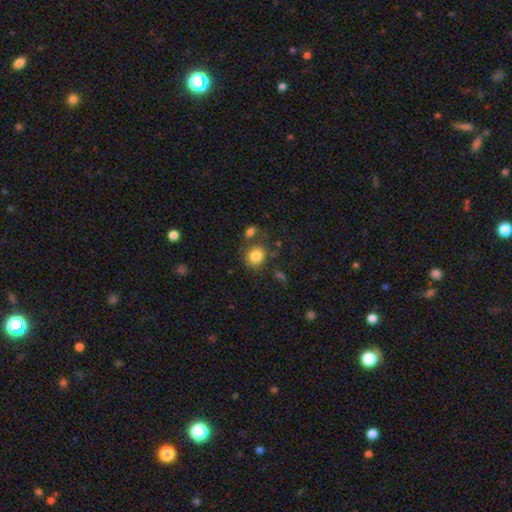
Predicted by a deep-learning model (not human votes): This is clearly a smooth galaxy (83%). How rounded: likely round (77%). Merging: likely none (68%).